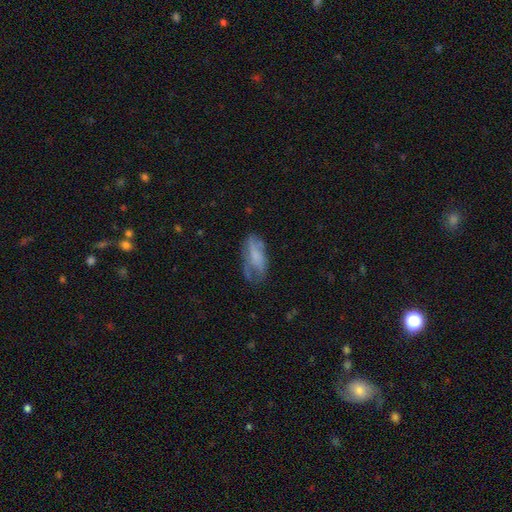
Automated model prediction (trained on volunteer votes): Smooth or featured: smooth — 52% (featured or disk — 39%)
How rounded: in between — 85% (cigar-shaped — 12%)
Merging: none — 43% (minor disturbance — 29%)